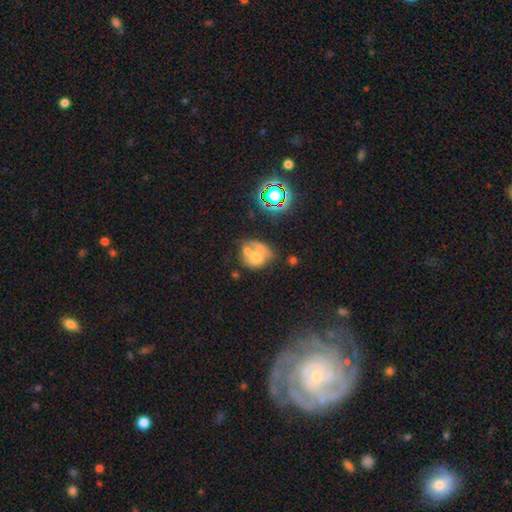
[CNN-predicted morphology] The model was most divided on "how rounded": round: 53%, in between: 46%, cigar-shaped: 1%. More confident: merging — merger (54%); smooth or featured — smooth (53%).